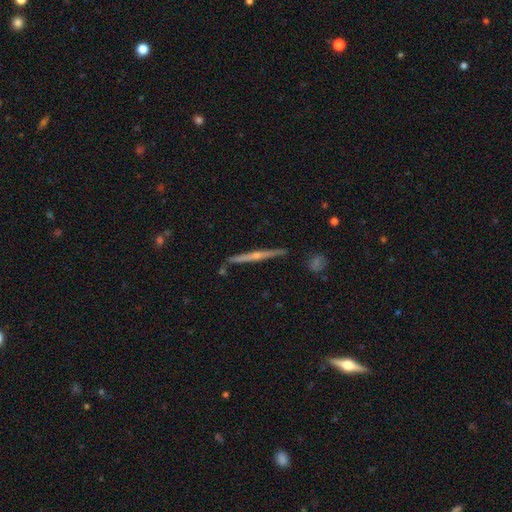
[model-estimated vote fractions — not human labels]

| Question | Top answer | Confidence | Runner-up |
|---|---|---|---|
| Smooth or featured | featured or disk | 78% | smooth (16%) |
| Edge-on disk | yes | 98% | no (2%) |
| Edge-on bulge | rounded | 77% | none (19%) |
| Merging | none | 89% | minor disturbance (8%) |